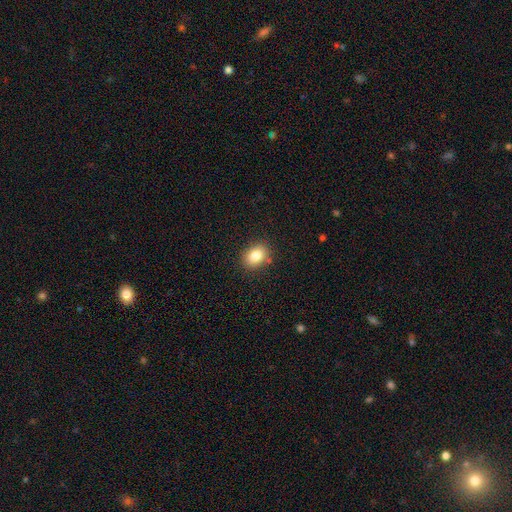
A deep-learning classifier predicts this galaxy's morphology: smooth-or-featured: smooth: 83% | star or artifact: 9% | featured or disk: 7%
  how-rounded: in between: 65% | round: 34% | cigar-shaped: 1%
  merging: none: 85% | minor disturbance: 10% | major disturbance: 3% | merger: 2%